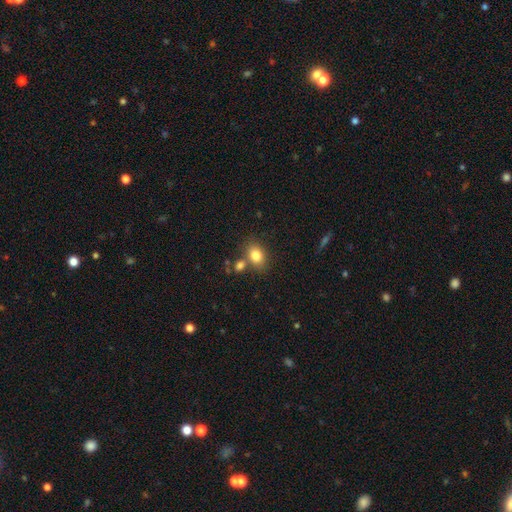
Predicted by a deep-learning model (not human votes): This is clearly a smooth galaxy (81%). How rounded: likely in between (68%). Merging: likely none (63%).